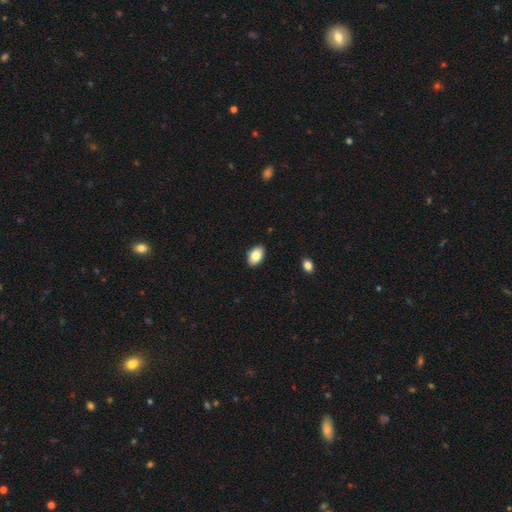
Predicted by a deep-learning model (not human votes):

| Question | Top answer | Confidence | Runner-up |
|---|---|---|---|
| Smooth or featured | smooth | 84% | featured or disk (9%) |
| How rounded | in between | 91% | round (8%) |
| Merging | none | 89% | minor disturbance (8%) |